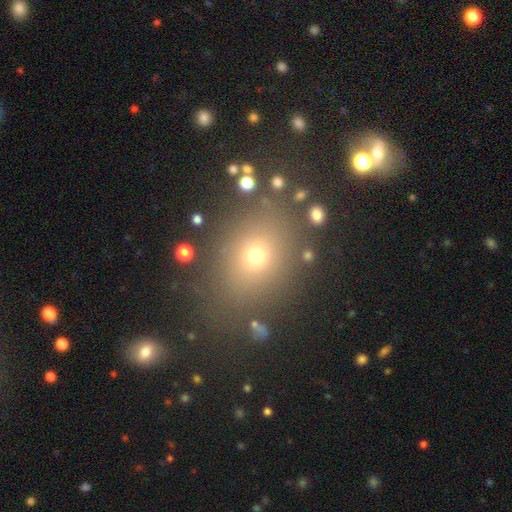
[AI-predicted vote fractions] Q: Smooth or featured?
A: smooth (64%); runner-up: star or artifact (24%)
Q: How rounded?
A: round (53%); runner-up: in between (46%)
Q: Merging?
A: none (81%); runner-up: minor disturbance (10%)